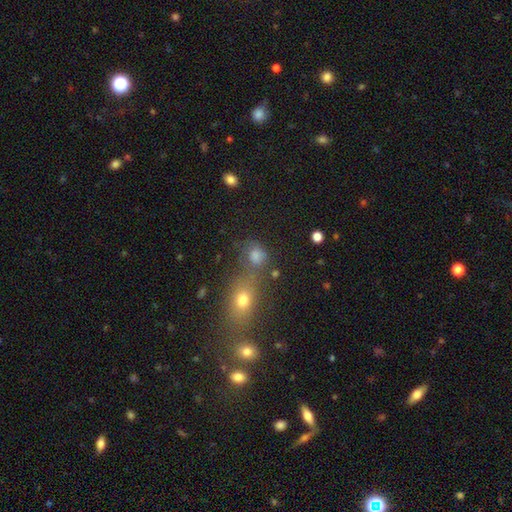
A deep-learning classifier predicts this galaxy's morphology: type=smooth (67%); roundness=round (55%); merging=none (52%).